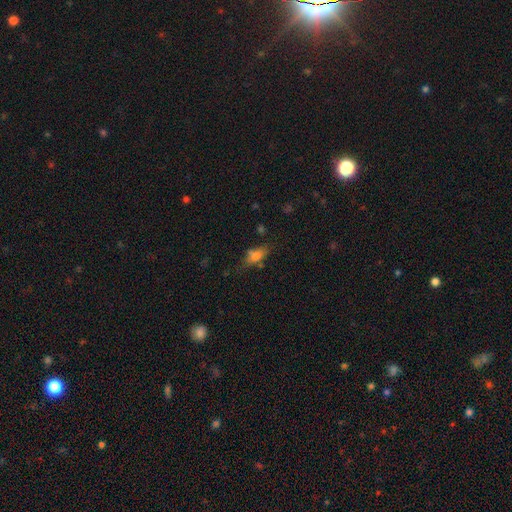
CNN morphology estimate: type=smooth (67%); roundness=in between (75%); merging=none (56%).